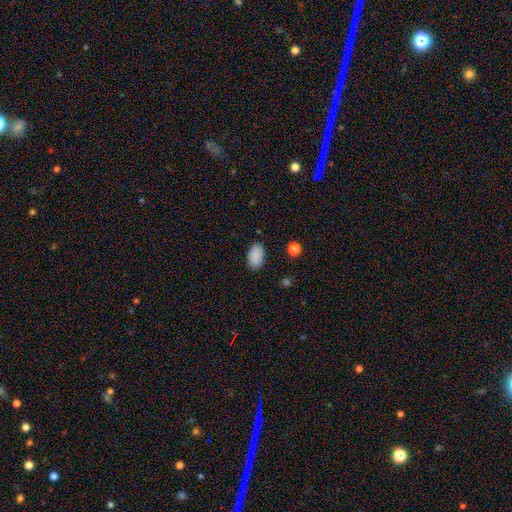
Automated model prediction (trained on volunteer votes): Smooth or featured? smooth (89%)
How rounded? in between (94%)
Merging? none (86%)